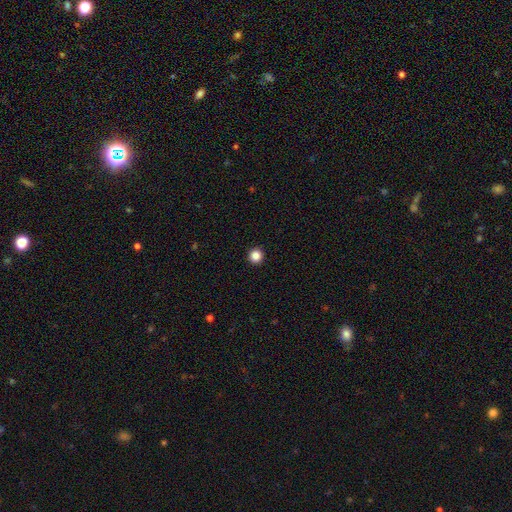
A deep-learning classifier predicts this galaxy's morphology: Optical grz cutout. It shows a smooth galaxy with no disk features (86%) that is round (96%). Merging: none (94%).